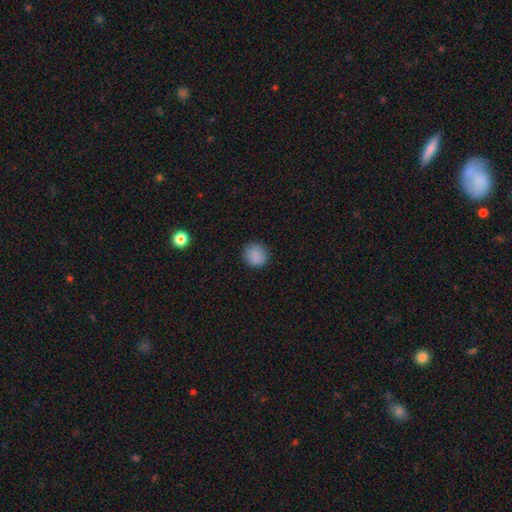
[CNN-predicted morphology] Smooth or featured: smooth — 87% (star or artifact — 9%)
How rounded: round — 84% (in between — 15%)
Merging: none — 86% (minor disturbance — 10%)